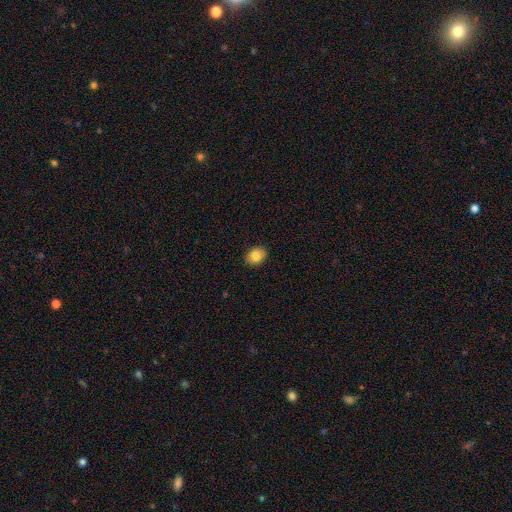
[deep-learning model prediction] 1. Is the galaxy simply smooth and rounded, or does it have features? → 84% smooth, 8% star or artifact, 7% featured or disk.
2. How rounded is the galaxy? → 60% in between, 39% round, 1% cigar-shaped.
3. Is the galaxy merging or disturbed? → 89% none, 8% minor disturbance, 2% major disturbance, 1% merger.